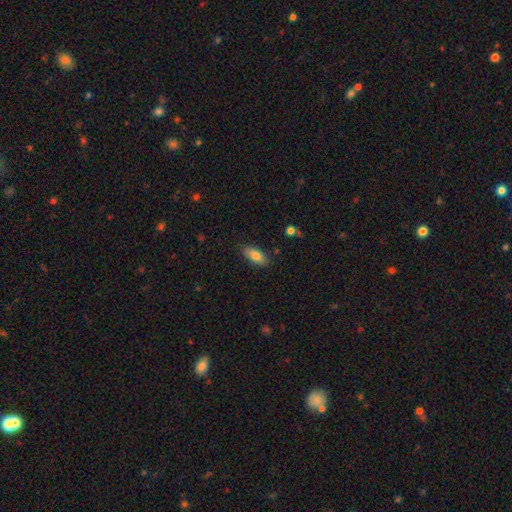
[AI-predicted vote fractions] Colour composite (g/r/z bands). It shows a smooth galaxy with no disk features (79%) that is in between round and cigar-shaped (81%). Merging: none (85%).